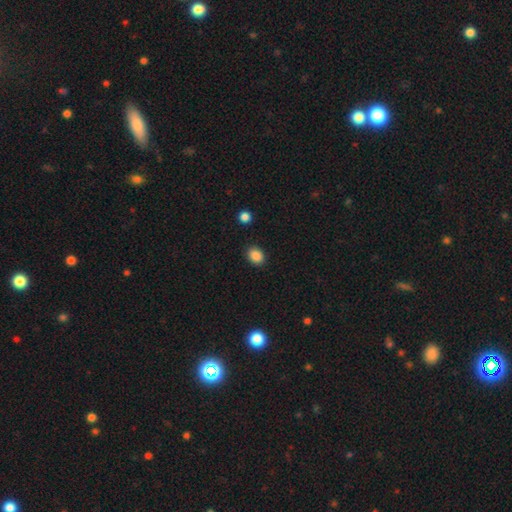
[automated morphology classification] This appears to be a smooth galaxy with no disk features (87%) that is in between round and cigar-shaped (55%). Merging: none (88%).